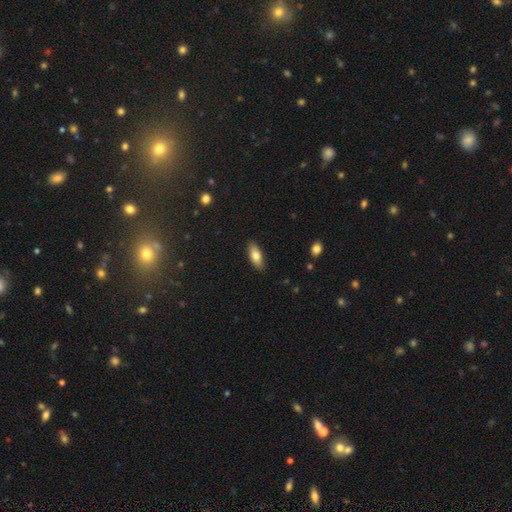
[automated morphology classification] Q: Smooth or featured?
A: smooth (78%); runner-up: featured or disk (16%)
Q: How rounded?
A: in between (77%); runner-up: cigar-shaped (21%)
Q: Merging?
A: none (87%); runner-up: minor disturbance (10%)